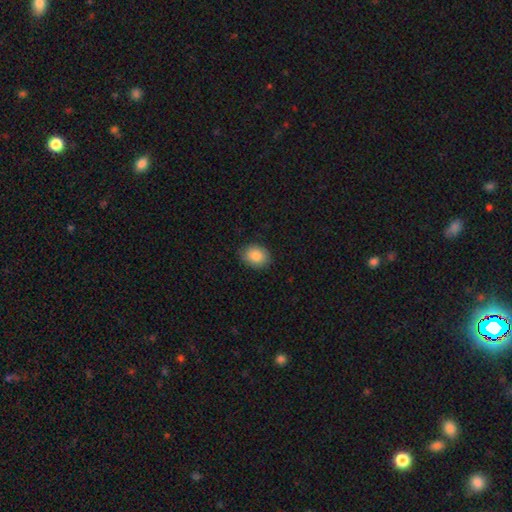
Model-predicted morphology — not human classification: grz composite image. It shows a smooth galaxy with no disk features (87%) that is in between round and cigar-shaped (55%). Merging: none (87%).